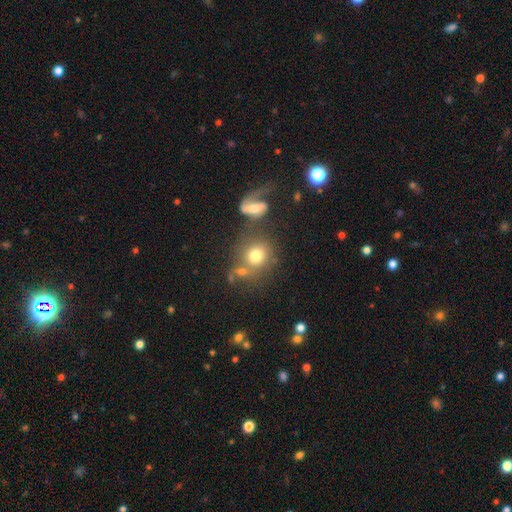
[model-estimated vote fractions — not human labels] Morphology: type=smooth (71%); roundness=round (78%); merging=none (47%).